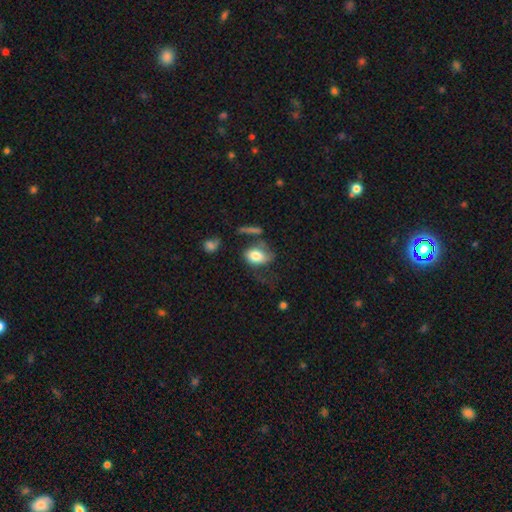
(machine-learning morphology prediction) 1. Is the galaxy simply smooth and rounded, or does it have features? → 72% smooth, 20% featured or disk, 8% star or artifact.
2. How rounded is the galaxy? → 83% in between, 15% round, 2% cigar-shaped.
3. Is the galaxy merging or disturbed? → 34% none, 31% major disturbance, 23% minor disturbance, 12% merger.